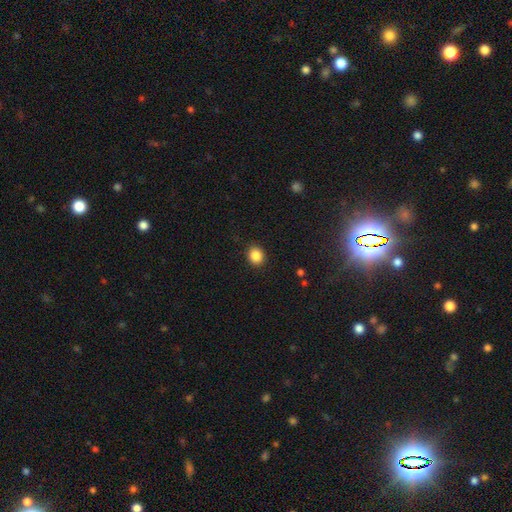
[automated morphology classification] This appears to be a smooth galaxy with no disk features (86%) that is round (76%). Merging: none (90%).